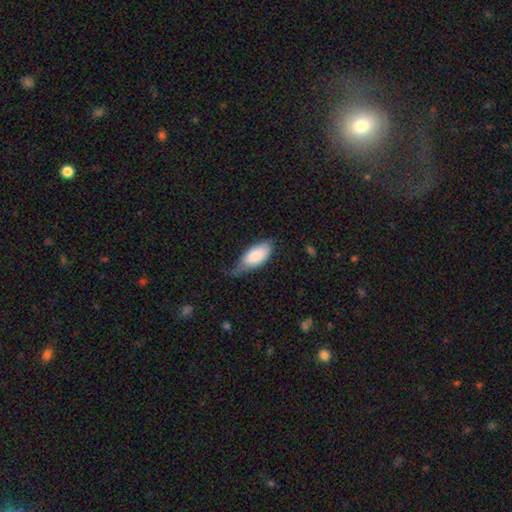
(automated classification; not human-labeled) This is clearly a smooth galaxy (81%). How rounded: clearly in between (89%). Merging: possibly minor disturbance (49%).